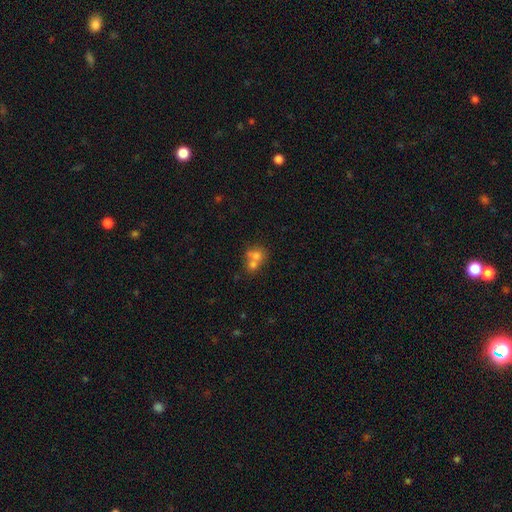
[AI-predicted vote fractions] This is likely a smooth galaxy (66%). How rounded: likely round (68%). Merging: likely merger (63%).